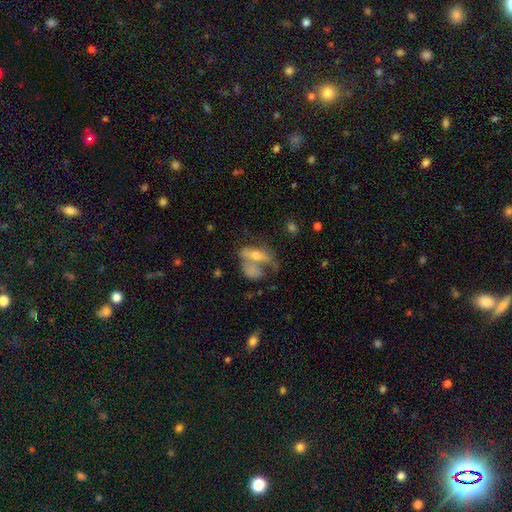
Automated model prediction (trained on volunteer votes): smooth_or_featured: smooth (p=0.49) [alt: featured or disk p=0.41]
merging: merger (p=0.39) [alt: none p=0.25]